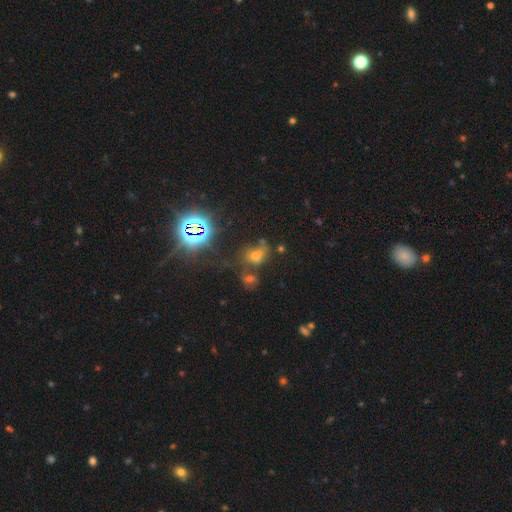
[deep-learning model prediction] This is possibly a star or artifact rather than a galaxy (52%).